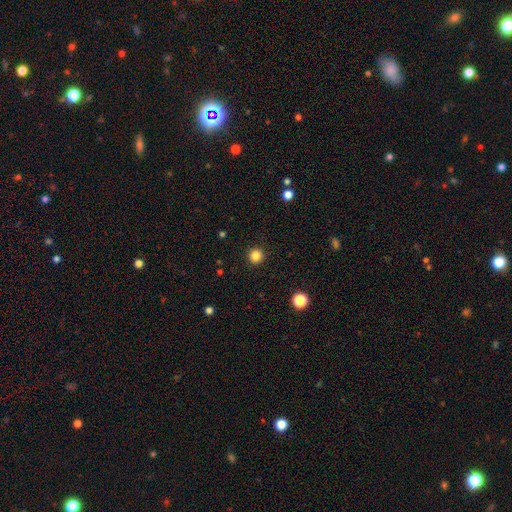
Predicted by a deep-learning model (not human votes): Smooth or featured?
  - smooth: 84% *
  - star or artifact: 12%
  - featured or disk: 4%
How rounded?
  - round: 95% *
  - in between: 4%
  - cigar-shaped: 1%
Merging?
  - none: 93% *
  - minor disturbance: 5%
  - major disturbance: 2%
  - merger: 1%